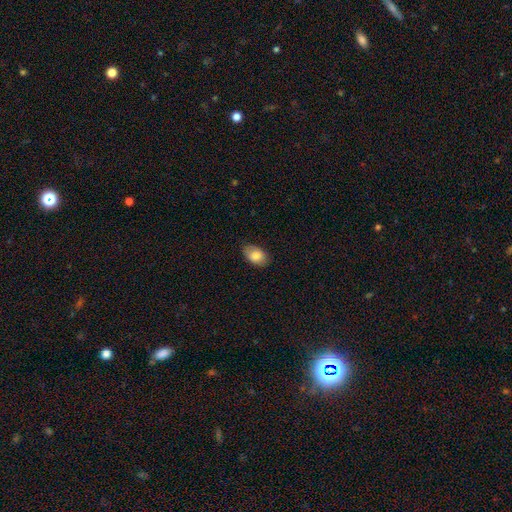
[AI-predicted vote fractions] This is clearly a smooth galaxy (83%). How rounded: clearly in between (90%). Merging: clearly none (82%).